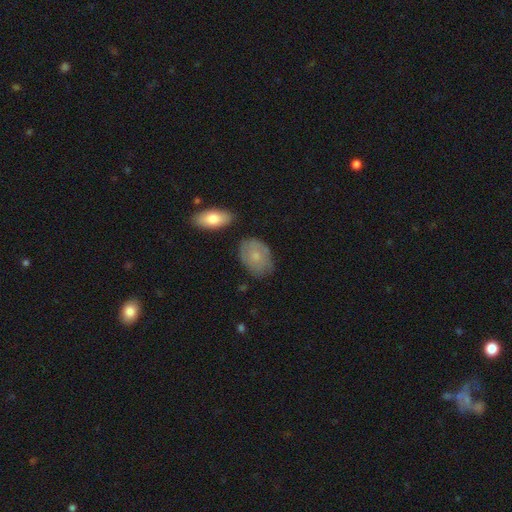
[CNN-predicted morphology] smooth 57%, featured or disk 36%, star or artifact 7%. Down the decision tree: how rounded — in between (78%); merging — none (71%).